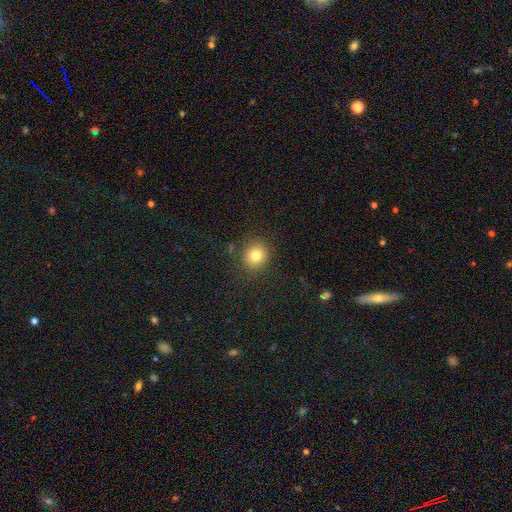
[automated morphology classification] This appears to be a smooth galaxy with no disk features (80%) that is round (88%). Merging: none (87%).